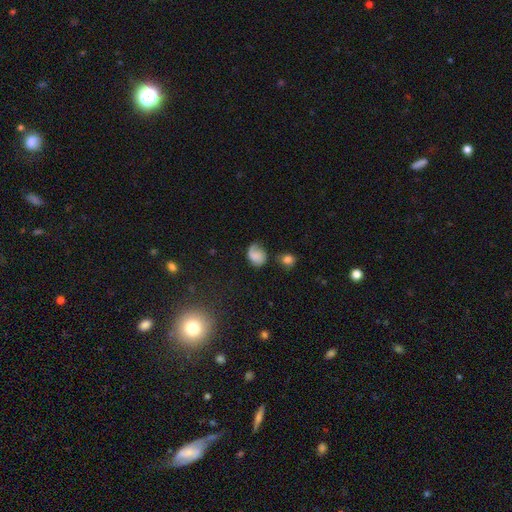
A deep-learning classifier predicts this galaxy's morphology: A smooth galaxy with no disk features (67%) that is in between round and cigar-shaped (60%). Merging: none (44%).